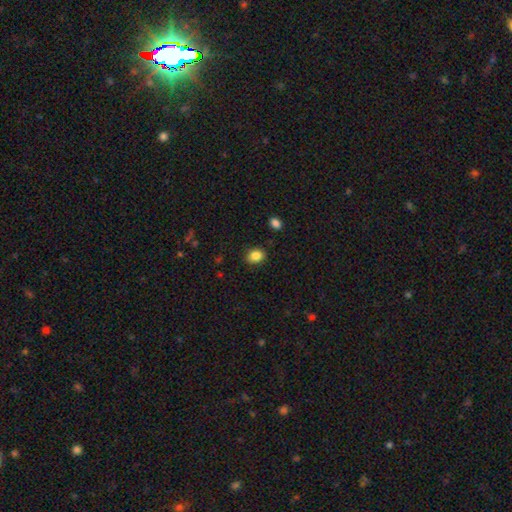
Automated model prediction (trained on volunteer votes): Smooth or featured?
  - smooth: 85% *
  - star or artifact: 10%
  - featured or disk: 5%
How rounded?
  - in between: 51% *
  - round: 48%
  - cigar-shaped: 1%
Merging?
  - none: 88% *
  - minor disturbance: 8%
  - major disturbance: 2%
  - merger: 1%